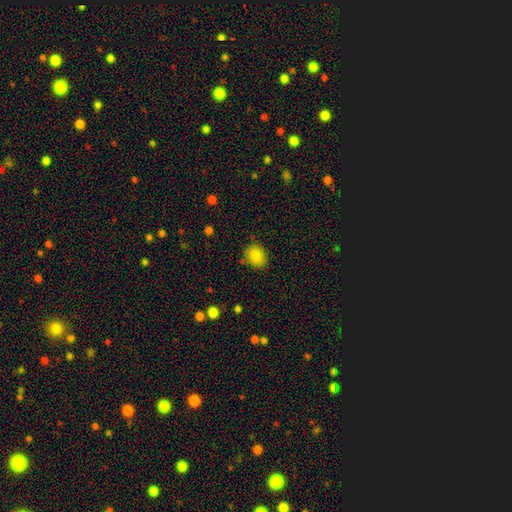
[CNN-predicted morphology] type=smooth (84%); roundness=round (58%); merging=none (83%).